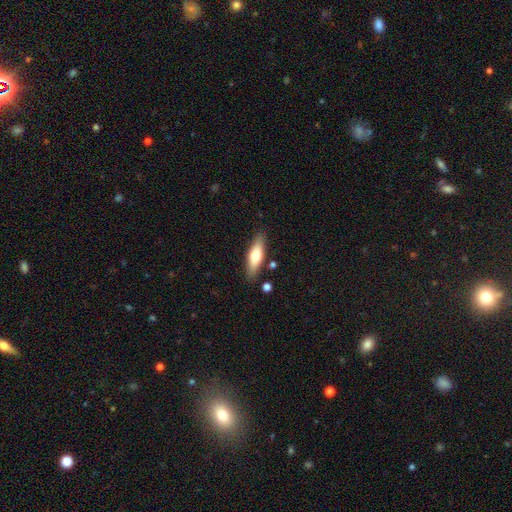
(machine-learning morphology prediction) This appears to be a smooth galaxy with no disk features (62%) that is cigar-shaped (53%). Merging: none (84%).